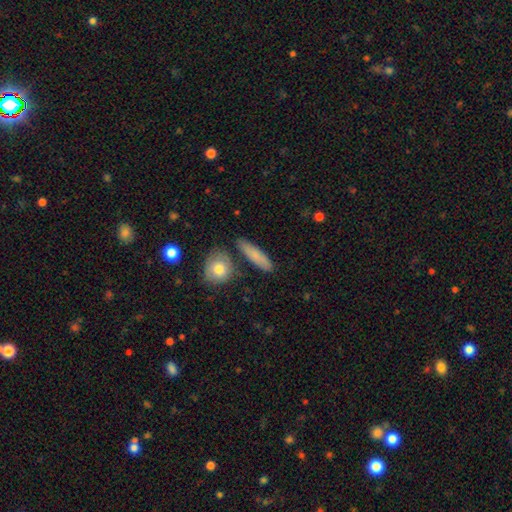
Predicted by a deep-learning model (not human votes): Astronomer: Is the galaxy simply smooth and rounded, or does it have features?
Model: smooth — 76%.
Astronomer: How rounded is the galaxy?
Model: cigar-shaped — 66%.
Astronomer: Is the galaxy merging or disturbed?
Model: none — 79%.